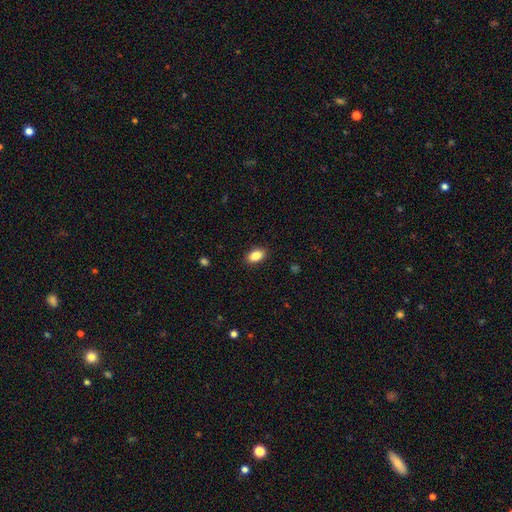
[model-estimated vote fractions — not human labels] Smooth or featured?
  - smooth: 86% *
  - star or artifact: 8%
  - featured or disk: 6%
How rounded?
  - in between: 88% *
  - round: 10%
  - cigar-shaped: 2%
Merging?
  - none: 89% *
  - minor disturbance: 8%
  - major disturbance: 2%
  - merger: 1%